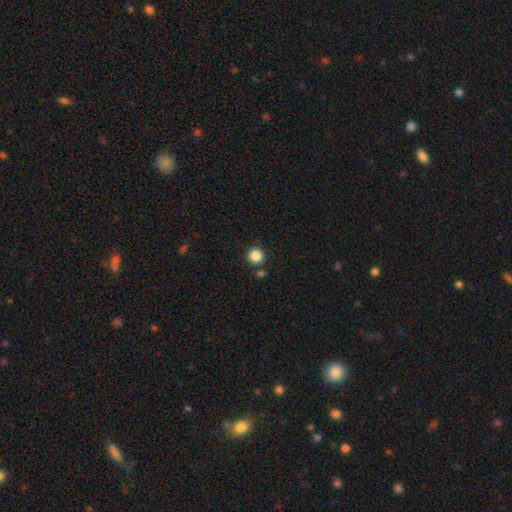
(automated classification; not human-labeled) Smooth or featured? smooth (86%)
How rounded? round (93%)
Merging? none (85%)